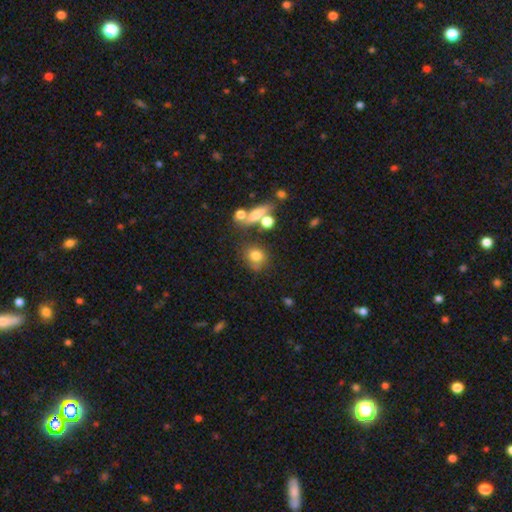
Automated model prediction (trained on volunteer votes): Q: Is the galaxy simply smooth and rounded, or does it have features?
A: smooth — 74%.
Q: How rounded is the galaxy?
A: round — 67%.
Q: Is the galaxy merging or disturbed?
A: none — 58%.